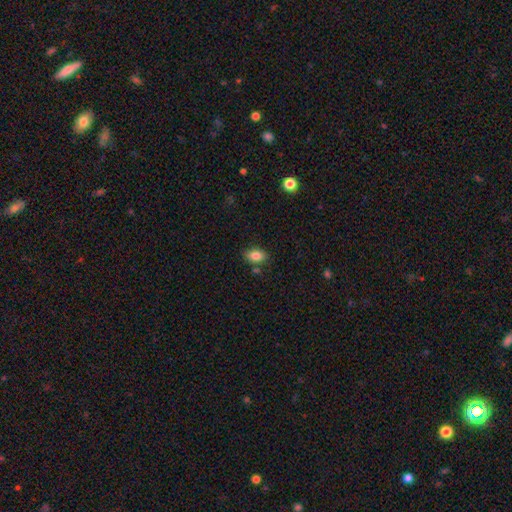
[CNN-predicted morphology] Smooth or featured?
  - smooth: 84% *
  - star or artifact: 9%
  - featured or disk: 7%
How rounded?
  - in between: 88% *
  - round: 10%
  - cigar-shaped: 2%
Merging?
  - none: 78% *
  - minor disturbance: 13%
  - merger: 6%
  - major disturbance: 3%